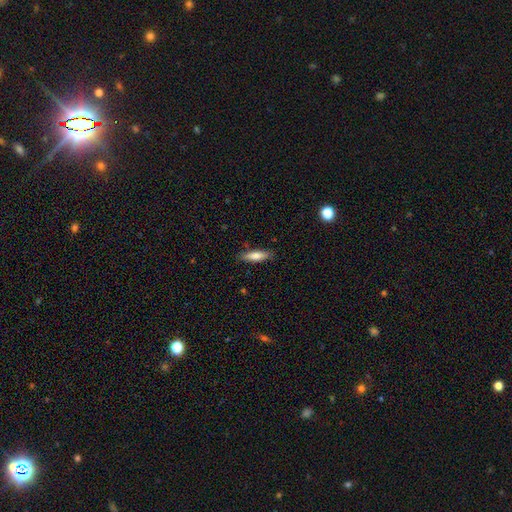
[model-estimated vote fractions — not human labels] Q: Smooth or featured?
A: smooth (74%); runner-up: featured or disk (19%)
Q: How rounded?
A: cigar-shaped (64%); runner-up: in between (34%)
Q: Merging?
A: none (84%); runner-up: minor disturbance (12%)